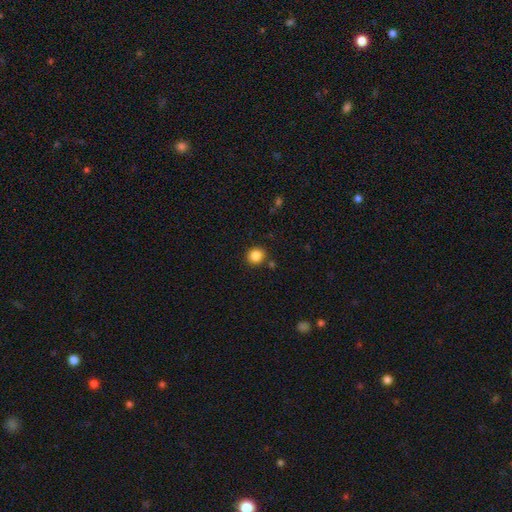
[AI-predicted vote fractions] Smooth or featured: smooth — 86% (star or artifact — 10%)
How rounded: round — 84% (in between — 15%)
Merging: none — 86% (minor disturbance — 8%)